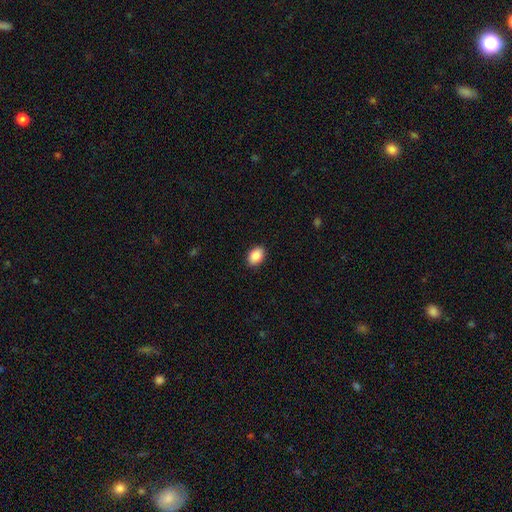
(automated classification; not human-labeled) Smooth or featured? smooth (89%)
How rounded? in between (82%)
Merging? none (90%)